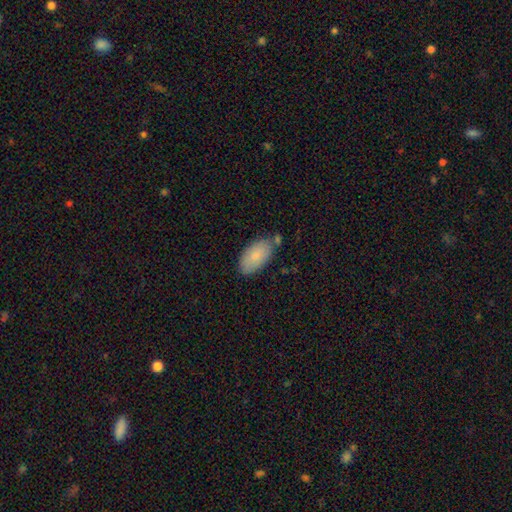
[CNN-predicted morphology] Overall: smooth (84%). How rounded: in between (95%). Merging: none (70%).